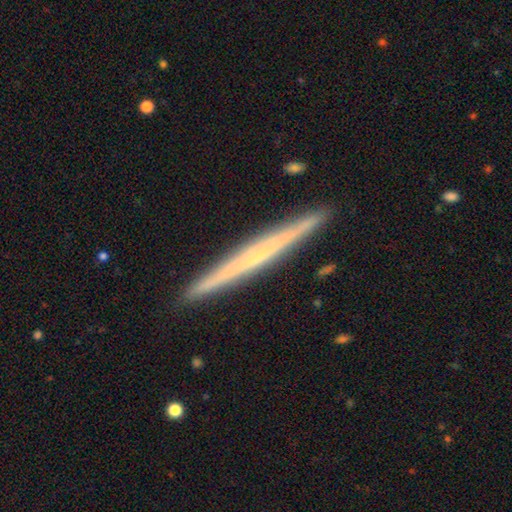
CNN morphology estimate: Smooth or featured? featured or disk (66%)
Edge-on disk? yes (98%)
Edge-on bulge? none (72%)
Merging? none (92%)